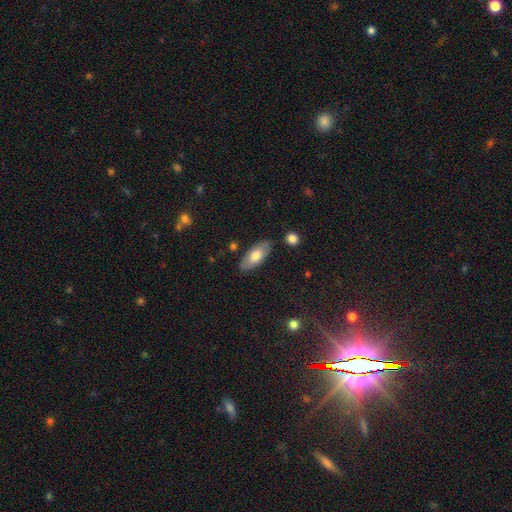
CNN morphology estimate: This appears to be a smooth galaxy with no disk features (67%) that is in between round and cigar-shaped (84%). Merging: none (83%).